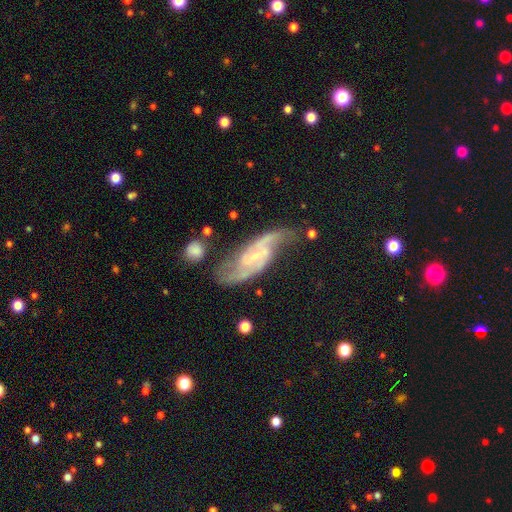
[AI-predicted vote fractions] Overall: featured or disk (88%). Edge-on disk: no (94%). Bar: weak (49%; strong 28%). Spiral arms: yes (97%). Spiral arm count: 2 (89%). Spiral winding: medium (51%; loose 30%). Bulge size: small (67%). Merging: none (64%).